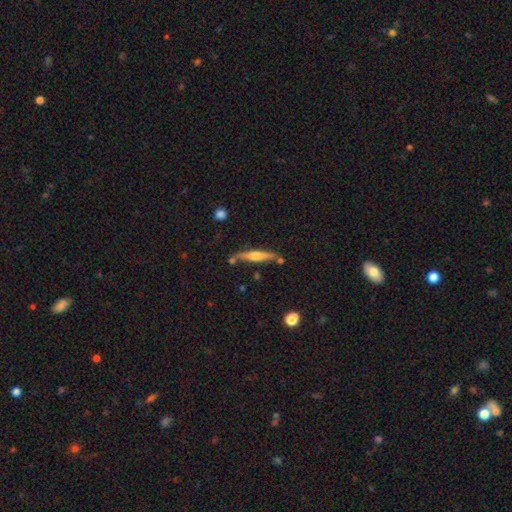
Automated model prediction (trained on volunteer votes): Q: Smooth or featured?
A: featured or disk (53%); runner-up: smooth (41%)
Q: Edge-on disk?
A: yes (94%); runner-up: no (6%)
Q: Edge-on bulge?
A: rounded (81%); runner-up: none (10%)
Q: Merging?
A: none (75%); runner-up: minor disturbance (15%)